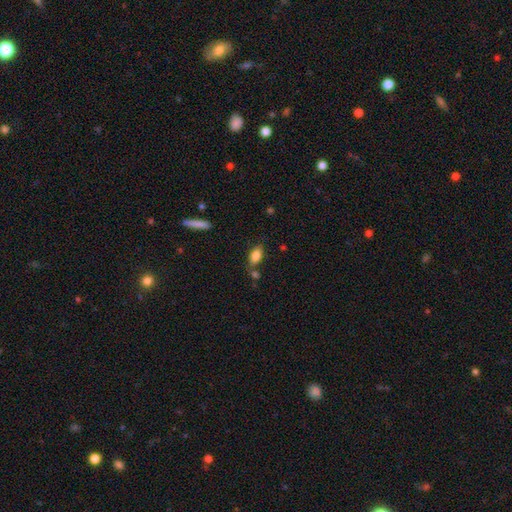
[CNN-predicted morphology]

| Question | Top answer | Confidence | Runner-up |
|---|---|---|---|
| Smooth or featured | smooth | 83% | featured or disk (10%) |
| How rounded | in between | 87% | cigar-shaped (7%) |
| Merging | none | 70% | minor disturbance (14%) |